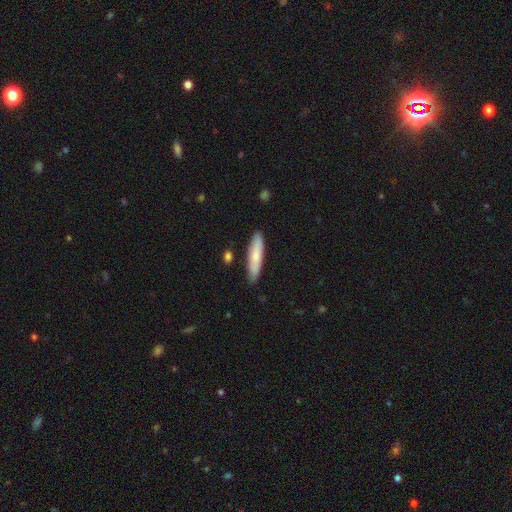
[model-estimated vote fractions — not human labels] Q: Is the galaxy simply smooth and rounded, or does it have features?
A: smooth — 74%.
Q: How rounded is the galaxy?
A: cigar-shaped — 80%.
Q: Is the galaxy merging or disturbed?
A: none — 85%.